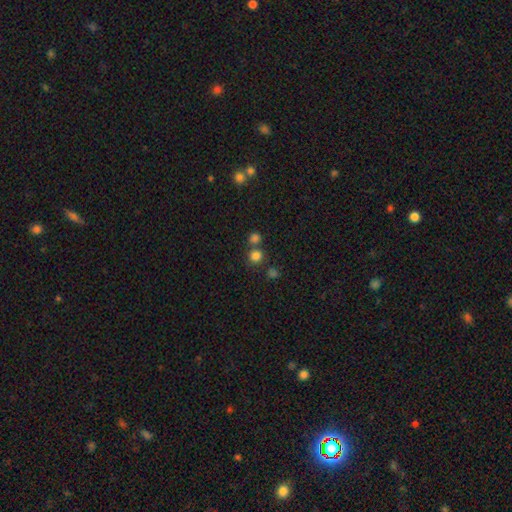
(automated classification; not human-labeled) Overall: smooth (78%). How rounded: round (90%). Merging: none (67%).